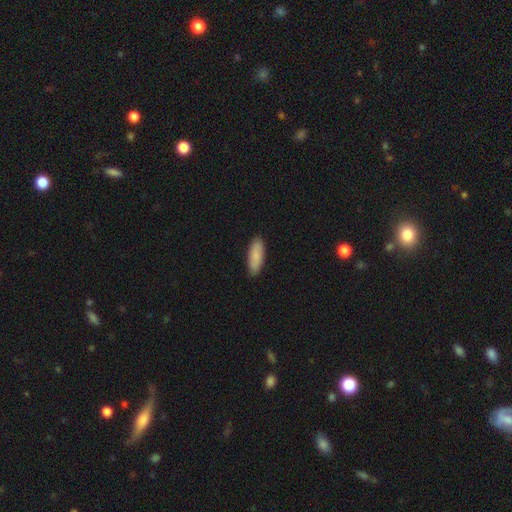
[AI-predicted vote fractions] This appears to be a smooth galaxy with no disk features (85%) that is in between round and cigar-shaped (67%). Merging: none (88%).